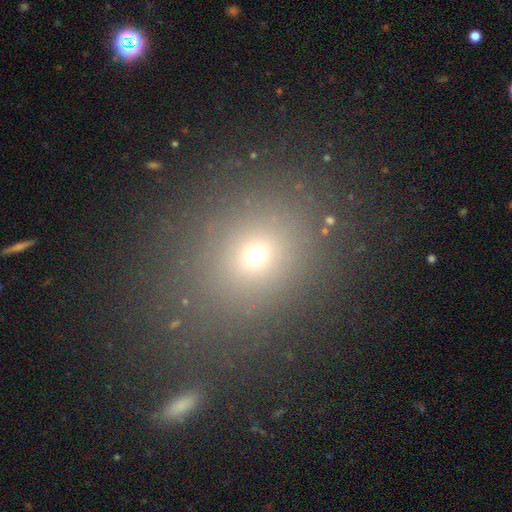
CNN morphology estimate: Smooth or featured? smooth (65%)
How rounded? round (68%)
Merging? none (81%)